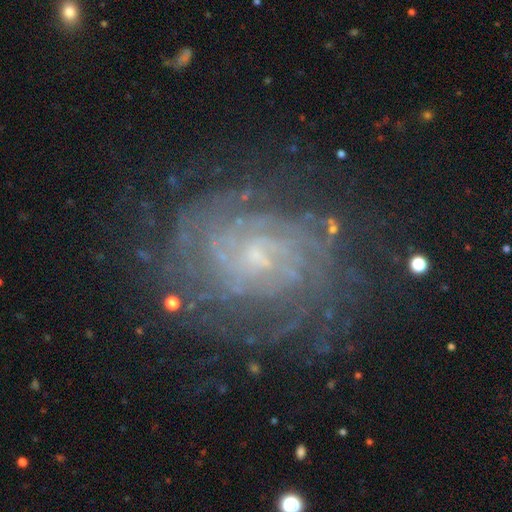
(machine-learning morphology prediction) This is clearly a featured or disk galaxy (85%). It is clearly not viewed edge-on (97%). Bar: likely no (61%). Spiral arm pattern: clearly yes (96%). Spiral arm count: marginally can't tell (36%). Spiral winding: likely tight (77%). Central bulge: likely small (72%). Merging: likely none (77%).